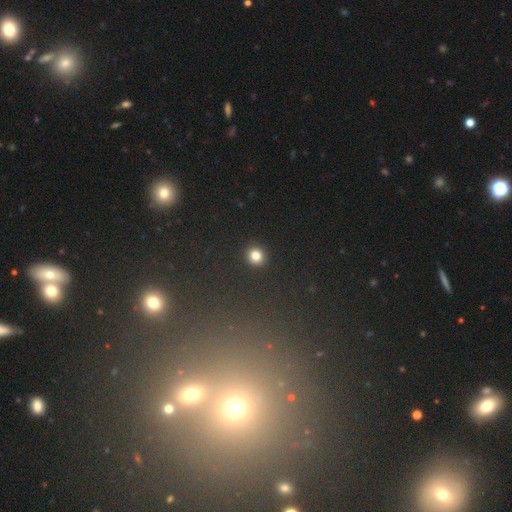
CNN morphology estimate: Smooth or featured?
  - smooth: 82% *
  - star or artifact: 13%
  - featured or disk: 5%
How rounded?
  - round: 92% *
  - in between: 7%
  - cigar-shaped: 1%
Merging?
  - none: 93% *
  - minor disturbance: 4%
  - major disturbance: 2%
  - merger: 1%